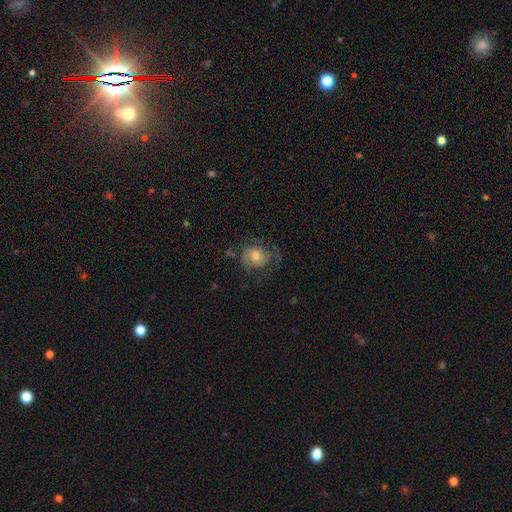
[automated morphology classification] smooth_or_featured: featured or disk (p=0.50) [alt: smooth p=0.39]
disk_edge_on: no (p=0.97) [alt: yes p=0.03]
merging: none (p=0.61) [alt: minor disturbance p=0.20]